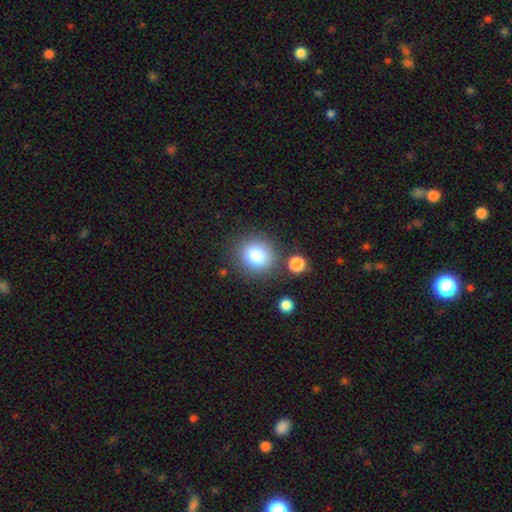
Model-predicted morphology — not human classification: This is clearly a smooth galaxy (81%). How rounded: clearly round (85%). Merging: likely none (79%).